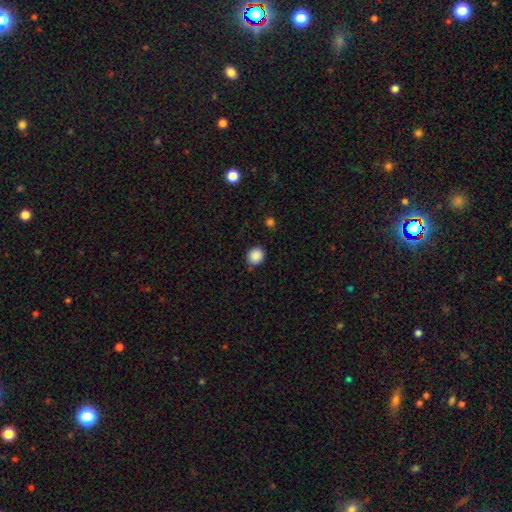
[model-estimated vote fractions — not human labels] Morphology: type=smooth (88%); roundness=round (84%); merging=none (84%).